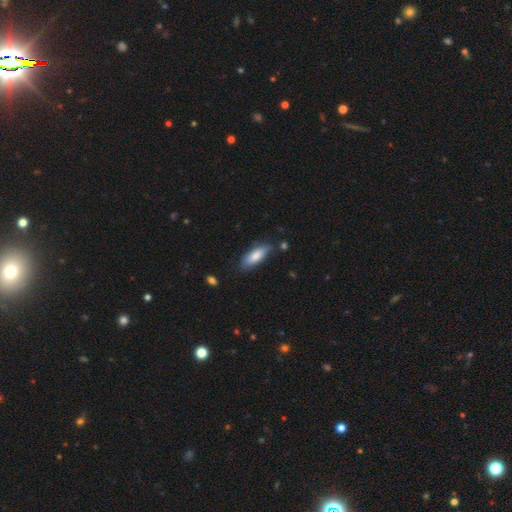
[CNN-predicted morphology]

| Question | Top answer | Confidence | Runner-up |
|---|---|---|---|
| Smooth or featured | smooth | 80% | featured or disk (14%) |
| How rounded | in between | 69% | cigar-shaped (29%) |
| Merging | none | 70% | minor disturbance (22%) |